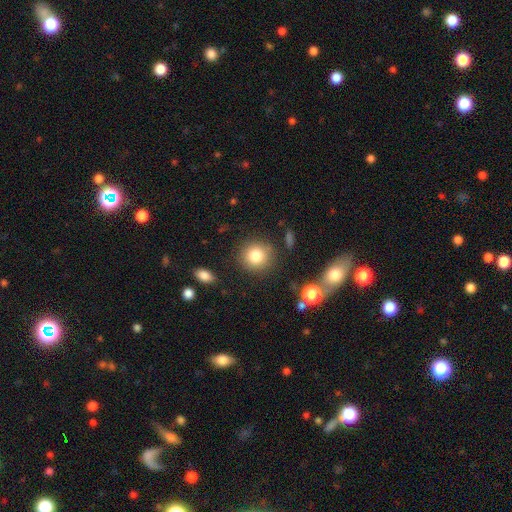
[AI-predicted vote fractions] Q: Smooth or featured?
A: smooth (82%); runner-up: star or artifact (10%)
Q: How rounded?
A: round (89%); runner-up: in between (9%)
Q: Merging?
A: none (85%); runner-up: minor disturbance (9%)